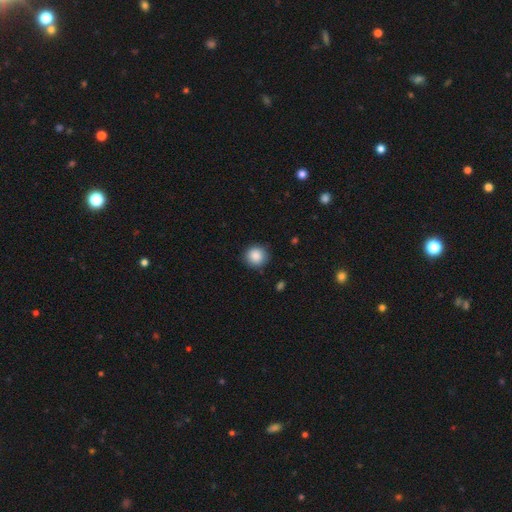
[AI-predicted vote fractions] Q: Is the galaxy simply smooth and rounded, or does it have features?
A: smooth — 87%.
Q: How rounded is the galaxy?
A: round — 93%.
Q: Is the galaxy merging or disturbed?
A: none — 88%.